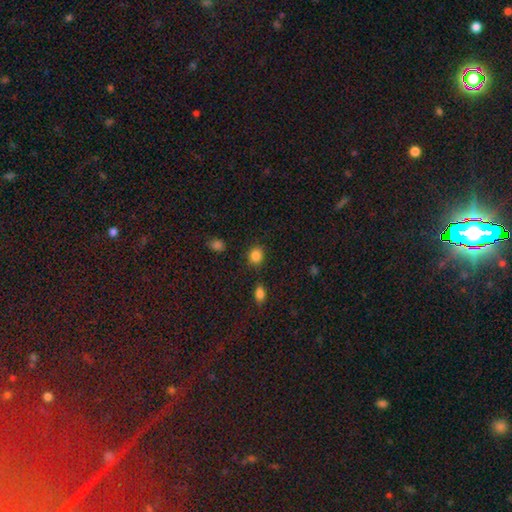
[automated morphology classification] smooth-or-featured: smooth: 85% | star or artifact: 10% | featured or disk: 4%
  how-rounded: round: 75% | in between: 24% | cigar-shaped: 1%
  merging: none: 84% | minor disturbance: 10% | merger: 3% | major disturbance: 3%